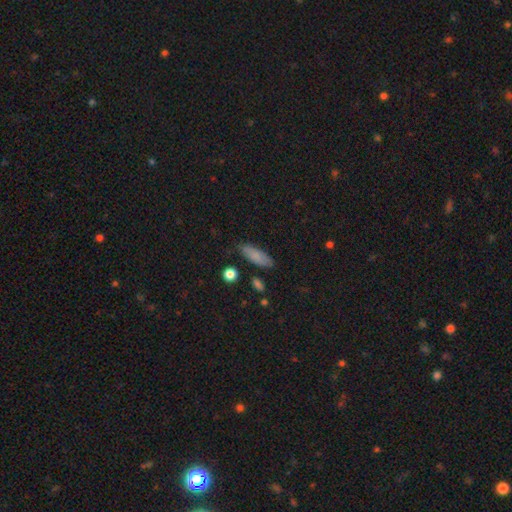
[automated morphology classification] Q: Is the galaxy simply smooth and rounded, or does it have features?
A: smooth — 82%.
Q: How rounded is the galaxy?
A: in between — 62%.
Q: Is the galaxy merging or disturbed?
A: none — 79%.